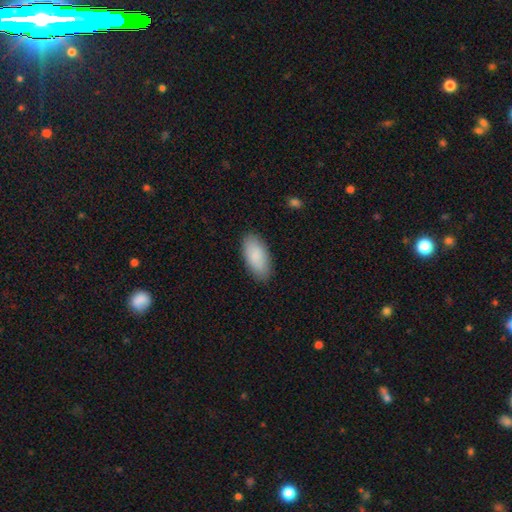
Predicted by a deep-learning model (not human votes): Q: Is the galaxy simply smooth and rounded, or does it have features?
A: smooth — 88%.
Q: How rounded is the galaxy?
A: in between — 93%.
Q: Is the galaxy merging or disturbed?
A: none — 86%.